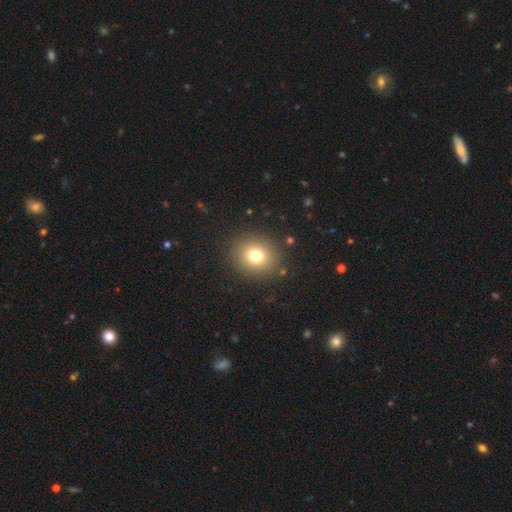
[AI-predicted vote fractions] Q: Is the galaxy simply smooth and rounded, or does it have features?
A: smooth — 76%.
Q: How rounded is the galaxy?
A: round — 78%.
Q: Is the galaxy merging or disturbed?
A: none — 89%.